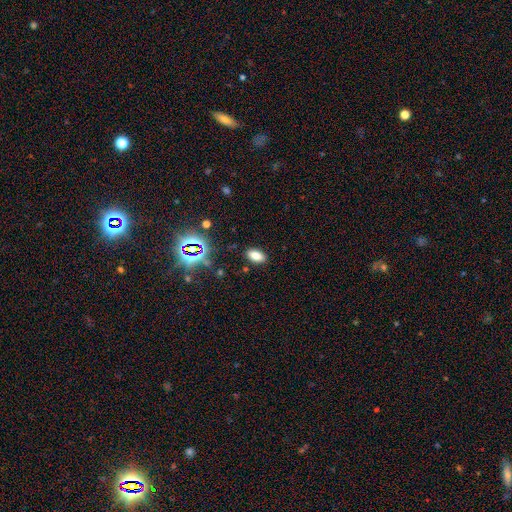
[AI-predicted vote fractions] Smooth or featured?
  - smooth: 75% *
  - star or artifact: 17%
  - featured or disk: 8%
How rounded?
  - in between: 91% *
  - round: 5%
  - cigar-shaped: 4%
Merging?
  - none: 87% *
  - minor disturbance: 9%
  - major disturbance: 3%
  - merger: 2%